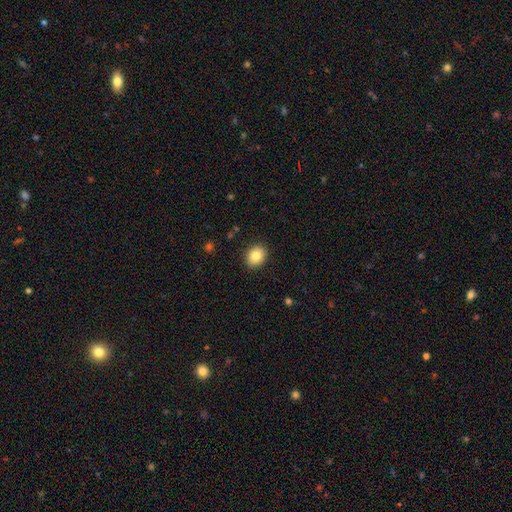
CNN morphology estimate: A smooth galaxy with no disk features (85%) that is round (56%). Merging: none (90%).